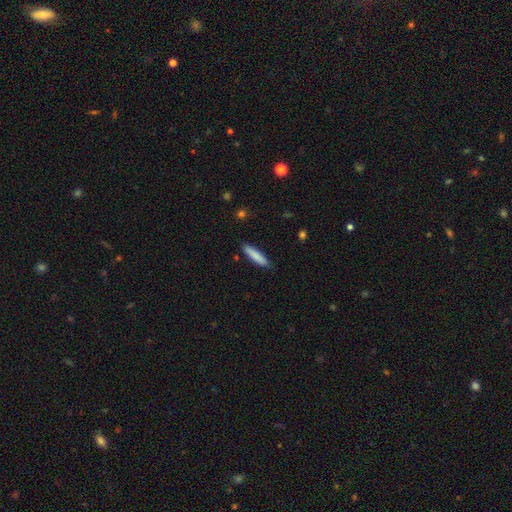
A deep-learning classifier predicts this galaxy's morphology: This appears to be a smooth galaxy with no disk features (83%) that is cigar-shaped (84%). Merging: none (86%).